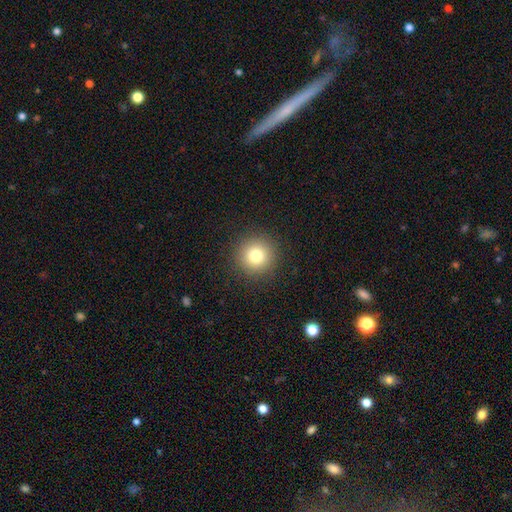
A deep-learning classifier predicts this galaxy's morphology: A smooth galaxy with no disk features (79%) that is round (95%). Merging: none (91%).